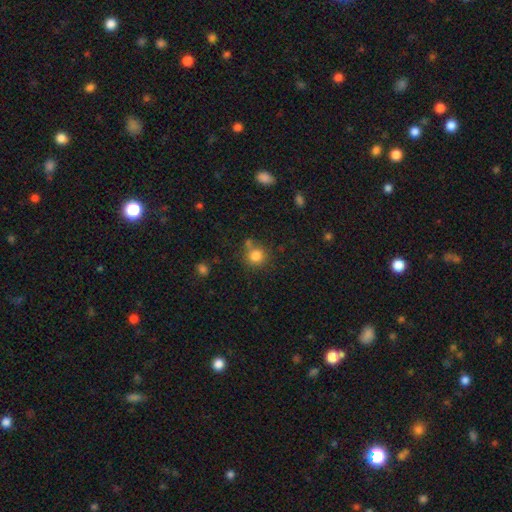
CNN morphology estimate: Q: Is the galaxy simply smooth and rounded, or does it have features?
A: smooth — 83%.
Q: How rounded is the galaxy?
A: round — 89%.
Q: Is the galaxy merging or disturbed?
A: none — 70%.